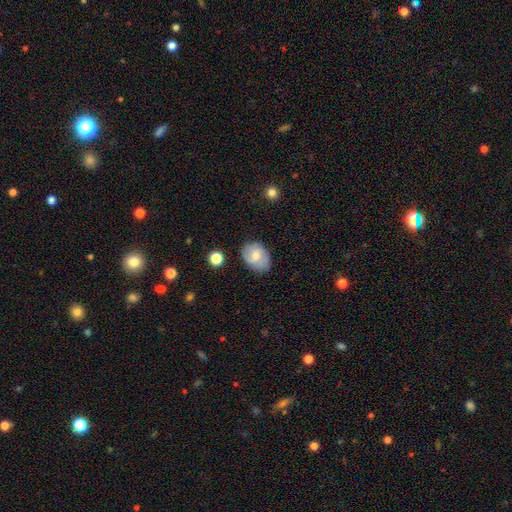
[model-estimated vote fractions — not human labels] Q: Smooth or featured?
A: smooth (59%); runner-up: featured or disk (33%)
Q: How rounded?
A: in between (67%); runner-up: round (32%)
Q: Merging?
A: none (76%); runner-up: minor disturbance (18%)